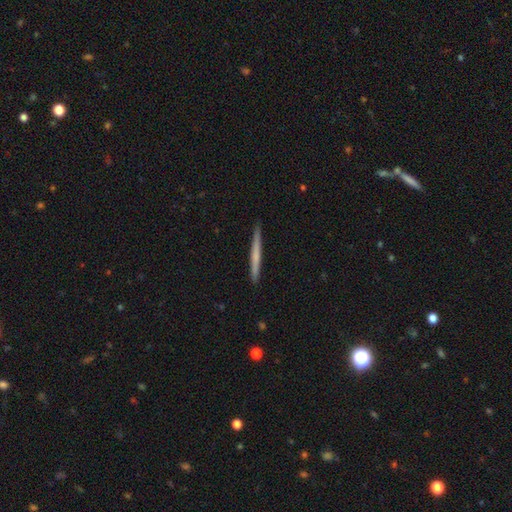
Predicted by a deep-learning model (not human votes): The model was most divided on "smooth or featured": smooth: 52%, featured or disk: 43%, star or artifact: 5%. More confident: how rounded — cigar-shaped (97%); merging — none (92%).